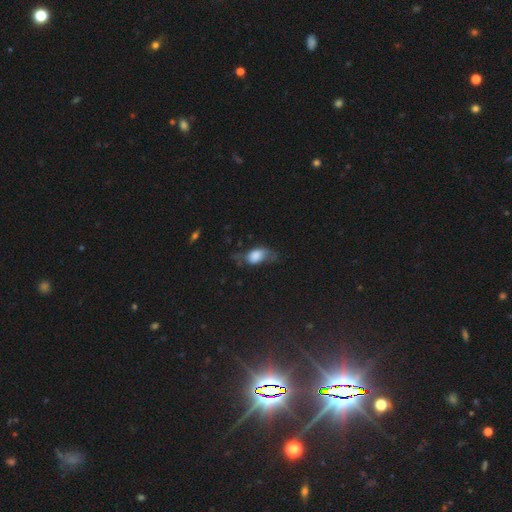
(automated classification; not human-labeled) Smooth or featured?
  - smooth: 67% *
  - featured or disk: 24%
  - star or artifact: 9%
How rounded?
  - in between: 83% *
  - round: 13%
  - cigar-shaped: 4%
Merging?
  - none: 36% *
  - minor disturbance: 32%
  - major disturbance: 29%
  - merger: 3%